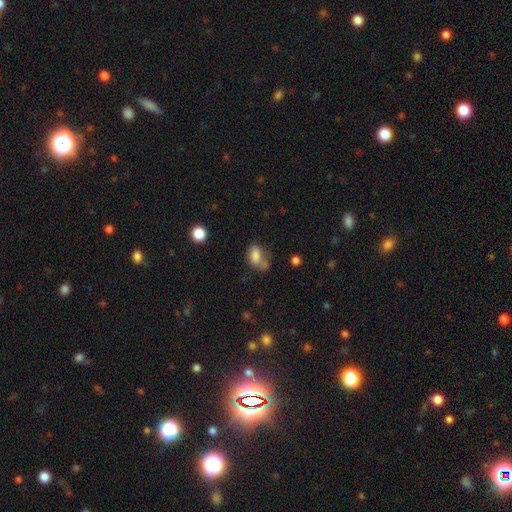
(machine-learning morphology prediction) Q: Smooth or featured?
A: smooth (77%); runner-up: featured or disk (11%)
Q: How rounded?
A: in between (84%); runner-up: round (14%)
Q: Merging?
A: none (37%); runner-up: merger (28%)